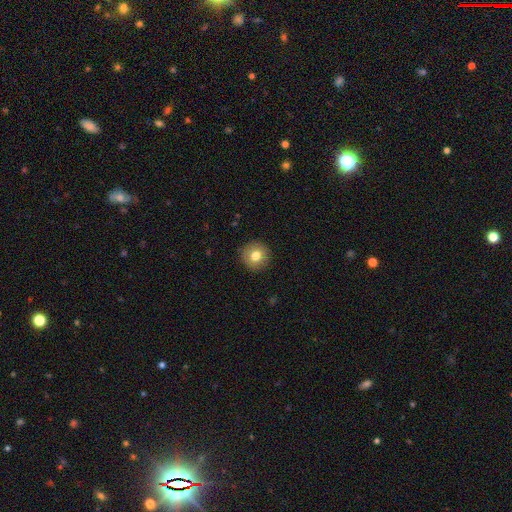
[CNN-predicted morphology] This is likely a smooth galaxy (78%). How rounded: clearly round (95%). Merging: clearly none (92%).